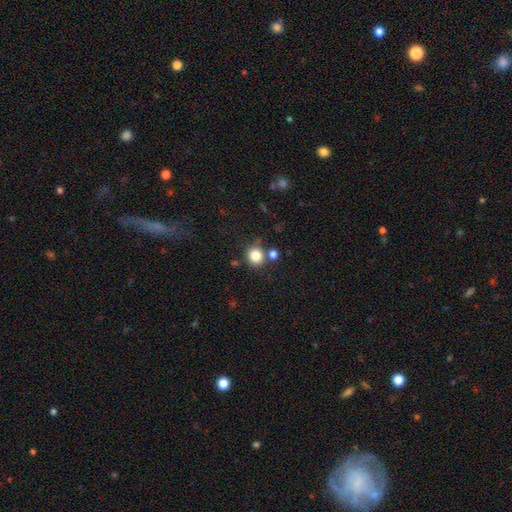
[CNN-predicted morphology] Smooth or featured? smooth (83%)
How rounded? round (88%)
Merging? none (75%)